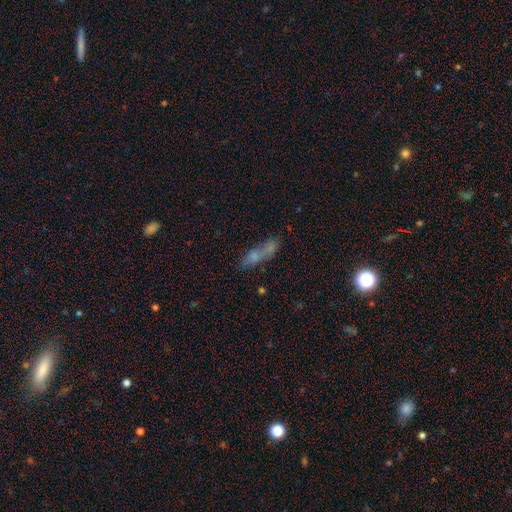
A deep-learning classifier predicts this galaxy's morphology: Smooth or featured?
  - smooth: 59% *
  - featured or disk: 27%
  - star or artifact: 14%
How rounded?
  - cigar-shaped: 49% *
  - in between: 46%
  - round: 5%
Merging?
  - none: 45% *
  - merger: 24%
  - minor disturbance: 19%
  - major disturbance: 12%